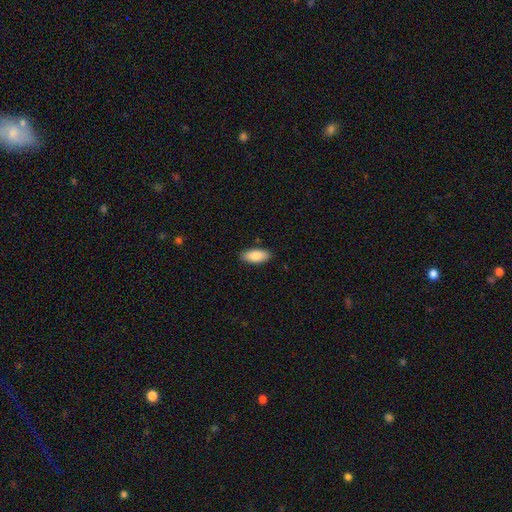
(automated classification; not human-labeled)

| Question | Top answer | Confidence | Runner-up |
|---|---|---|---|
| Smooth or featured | smooth | 86% | featured or disk (8%) |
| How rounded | in between | 88% | cigar-shaped (10%) |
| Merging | none | 88% | minor disturbance (9%) |